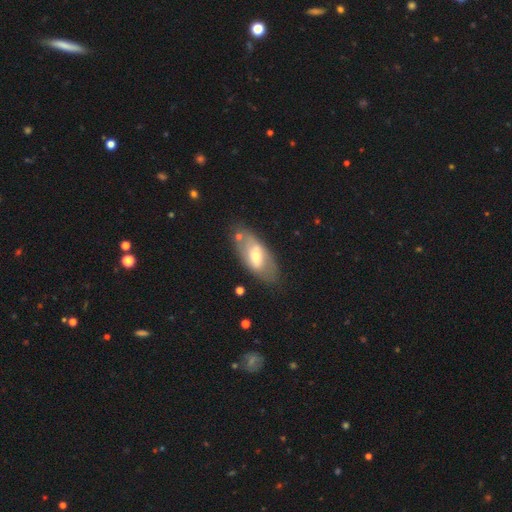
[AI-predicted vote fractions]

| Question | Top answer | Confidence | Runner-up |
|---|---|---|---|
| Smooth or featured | featured or disk | 49% | smooth (45%) |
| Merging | none | 72% | minor disturbance (16%) |